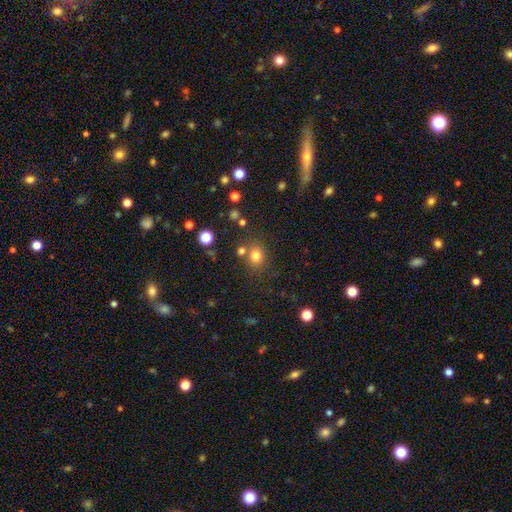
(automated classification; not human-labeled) The model was most divided on "how rounded": round: 67%, in between: 32%, cigar-shaped: 1%. More confident: smooth or featured — smooth (77%); merging — none (70%).